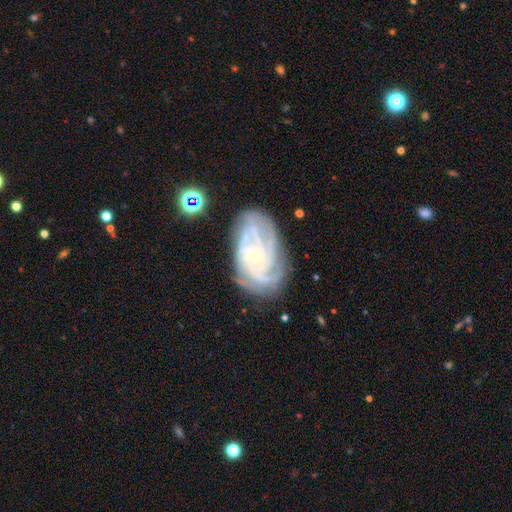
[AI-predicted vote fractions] Smooth or featured?
  - featured or disk: 85% *
  - smooth: 8%
  - star or artifact: 7%
Edge-on disk?
  - no: 97% *
  - yes: 3%
Bar?
  - no: 70% *
  - weak: 23%
  - strong: 6%
Spiral arms?
  - yes: 97% *
  - no: 3%
Spiral winding?
  - tight: 67% *
  - medium: 27%
  - loose: 5%
Spiral arm count?
  - 4: 34% *
  - can't tell: 22%
  - 3: 20%
  - more than 4: 10%
  - 2: 9%
  - 1: 6%
Bulge size?
  - small: 84% *
  - moderate: 10%
  - none: 4%
  - large: 1%
  - dominant: 1%
Merging?
  - none: 72% *
  - minor disturbance: 19%
  - major disturbance: 7%
  - merger: 2%